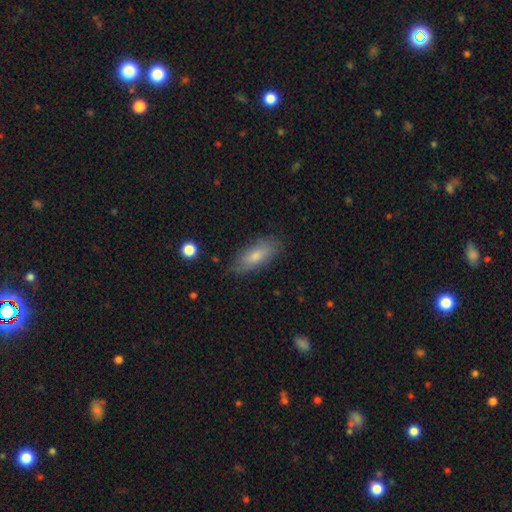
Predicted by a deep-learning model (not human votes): Smooth or featured? Predicted: smooth (p=0.68). How rounded? Predicted: in between (p=0.70). Merging? Predicted: none (p=0.81).